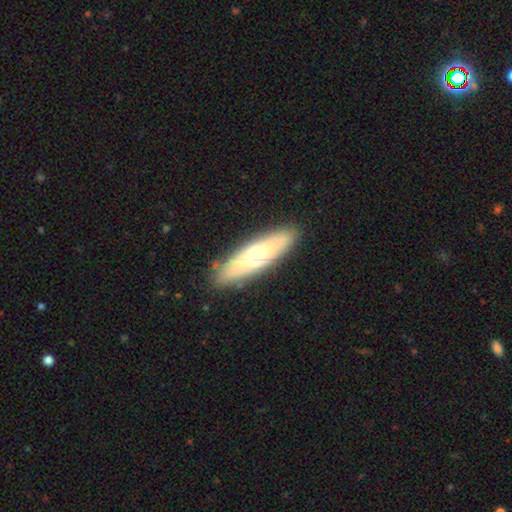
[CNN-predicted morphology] Smooth or featured? smooth (53%)
How rounded? cigar-shaped (55%)
Merging? none (88%)